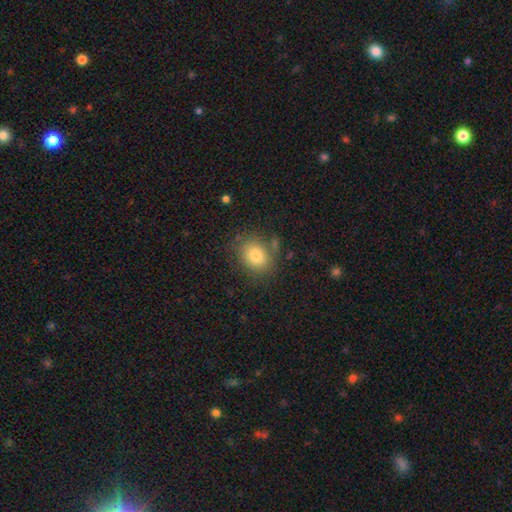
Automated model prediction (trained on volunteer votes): smooth 79%, featured or disk 11%, star or artifact 10%. Down the decision tree: how rounded — round (58%); merging — none (76%).